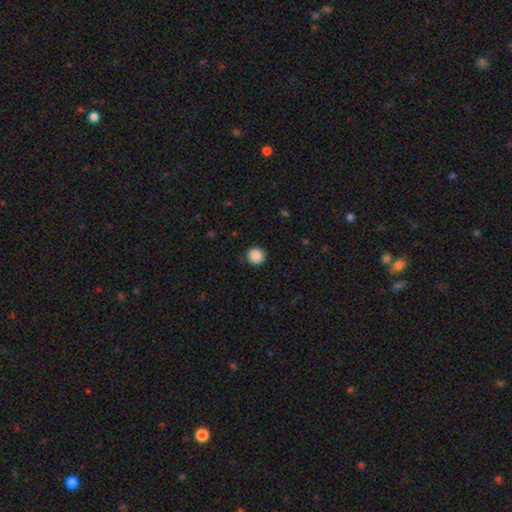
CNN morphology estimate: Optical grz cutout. It shows a smooth galaxy with no disk features (89%) that is round (94%). Merging: none (89%).